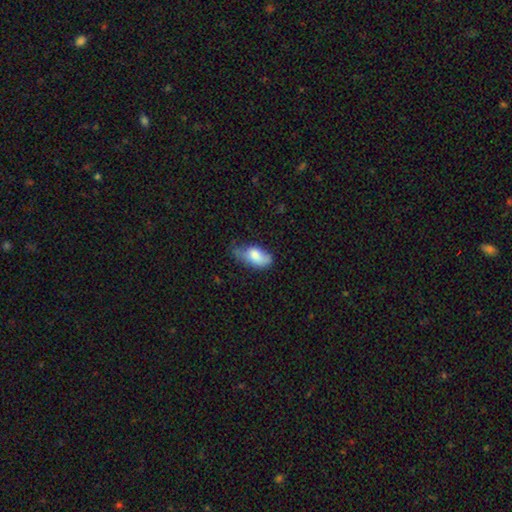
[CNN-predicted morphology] type=smooth (75%); roundness=in between (91%); merging=minor disturbance (44%).